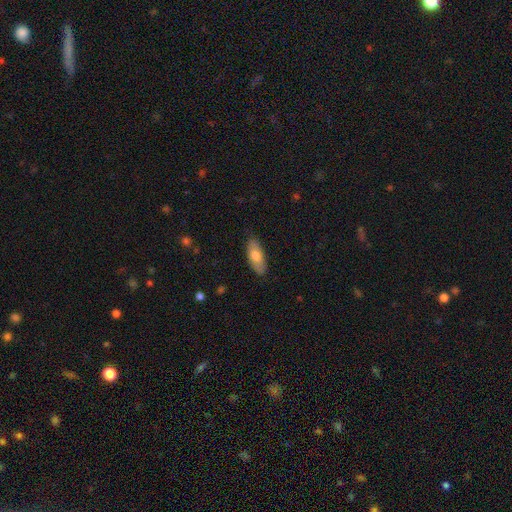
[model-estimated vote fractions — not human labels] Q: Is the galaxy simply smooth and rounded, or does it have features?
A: smooth — 72%.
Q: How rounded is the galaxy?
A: in between — 81%.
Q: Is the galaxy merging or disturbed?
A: none — 84%.